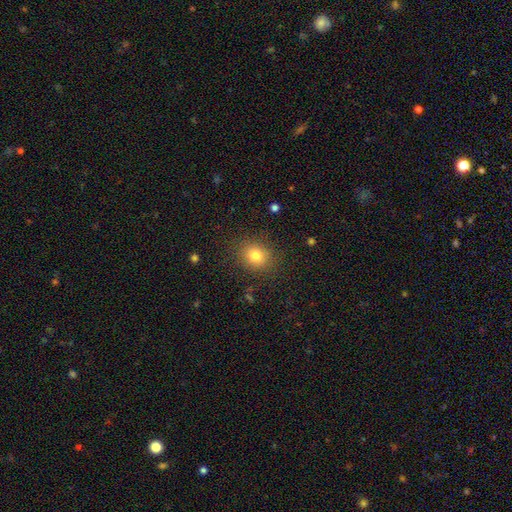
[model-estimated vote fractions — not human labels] This appears to be a smooth galaxy with no disk features (80%) that is round (73%). Merging: none (87%).